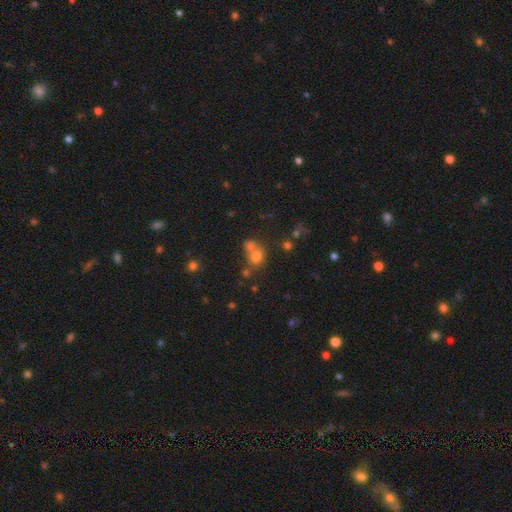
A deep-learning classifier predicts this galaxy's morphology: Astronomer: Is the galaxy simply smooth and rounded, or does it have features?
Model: smooth — 65%.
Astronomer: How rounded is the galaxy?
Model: round — 74%.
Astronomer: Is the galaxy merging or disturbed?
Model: merger — 53% (runner-up: none, 35%).